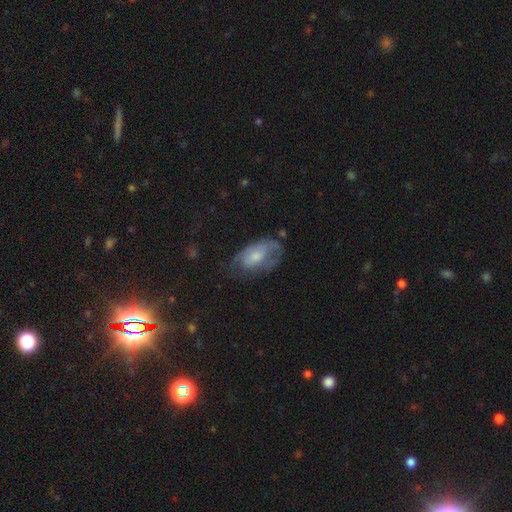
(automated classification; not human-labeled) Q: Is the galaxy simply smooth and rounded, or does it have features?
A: featured or disk — 49%.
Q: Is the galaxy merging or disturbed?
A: none — 43%.